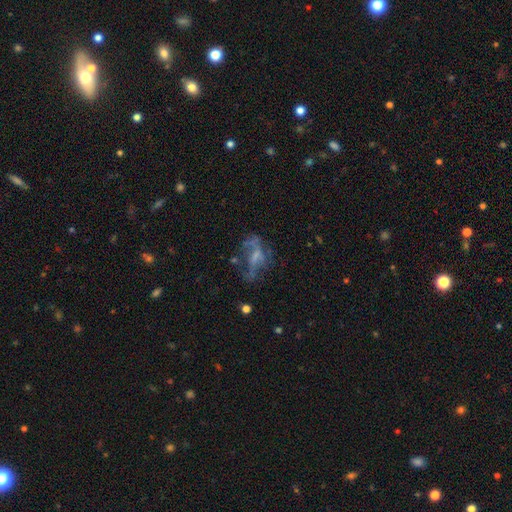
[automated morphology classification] Smooth or featured?
  - featured or disk: 59% *
  - smooth: 25%
  - star or artifact: 16%
Edge-on disk?
  - no: 94% *
  - yes: 6%
Bar?
  - no: 59% *
  - weak: 30%
  - strong: 11%
Spiral arms?
  - no: 66% *
  - yes: 34%
Bulge size?
  - none: 44% *
  - small: 31%
  - moderate: 20%
  - large: 3%
  - dominant: 1%
Merging?
  - none: 38% *
  - major disturbance: 37%
  - minor disturbance: 18%
  - merger: 7%